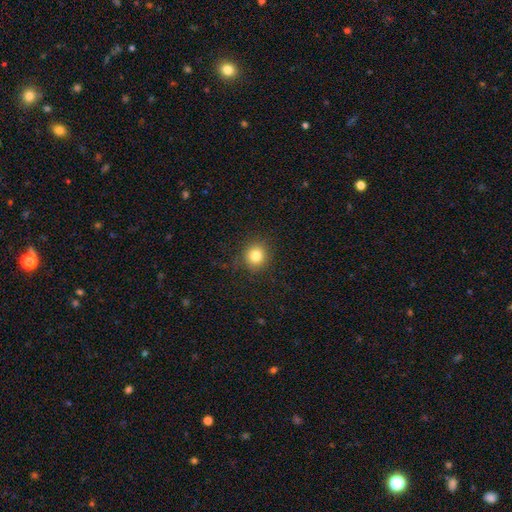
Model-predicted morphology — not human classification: Smooth or featured? smooth (82%)
How rounded? round (88%)
Merging? none (88%)